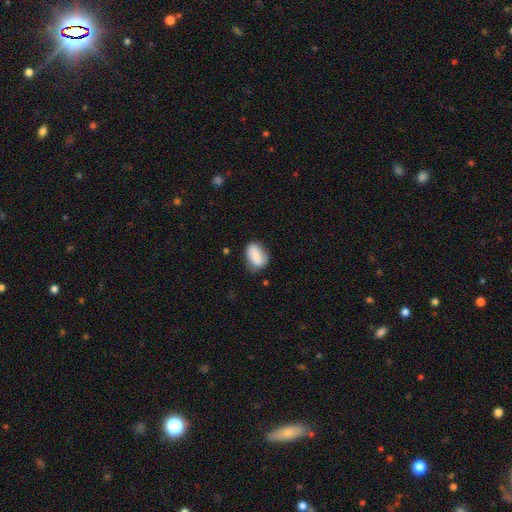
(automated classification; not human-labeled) smooth_or_featured: smooth (p=0.77) [alt: featured or disk p=0.15]
how_rounded: in between (p=0.81) [alt: round p=0.17]
merging: none (p=0.61) [alt: minor disturbance p=0.28]